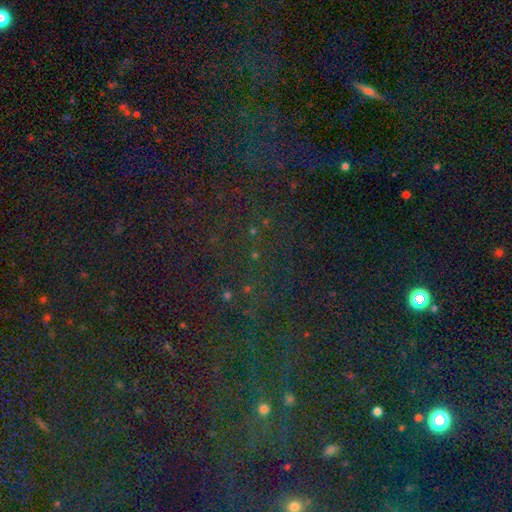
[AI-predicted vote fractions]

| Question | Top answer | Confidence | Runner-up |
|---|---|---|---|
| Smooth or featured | star or artifact | 79% | smooth (13%) |